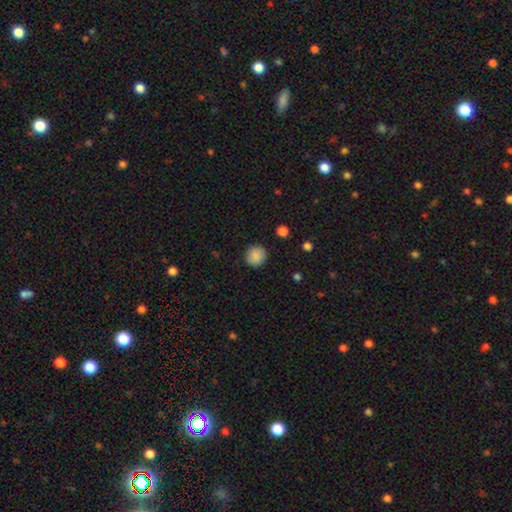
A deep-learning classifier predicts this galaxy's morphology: smooth_or_featured: smooth (p=0.87) [alt: star or artifact p=0.08]
how_rounded: round (p=0.93) [alt: in between p=0.06]
merging: none (p=0.90) [alt: minor disturbance p=0.07]